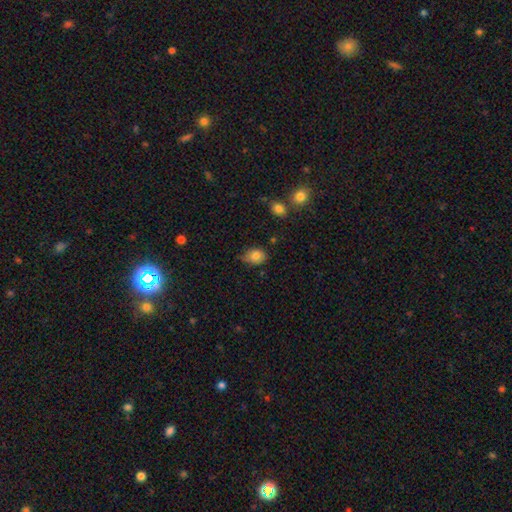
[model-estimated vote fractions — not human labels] Smooth or featured? smooth (81%)
How rounded? in between (61%)
Merging? none (56%)